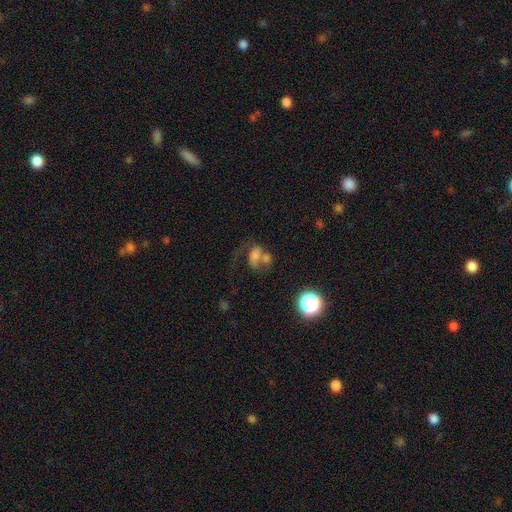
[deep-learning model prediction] Smooth or featured: smooth — 52% (featured or disk — 29%)
How rounded: in between — 72% (round — 25%)
Merging: merger — 46% (none — 22%)